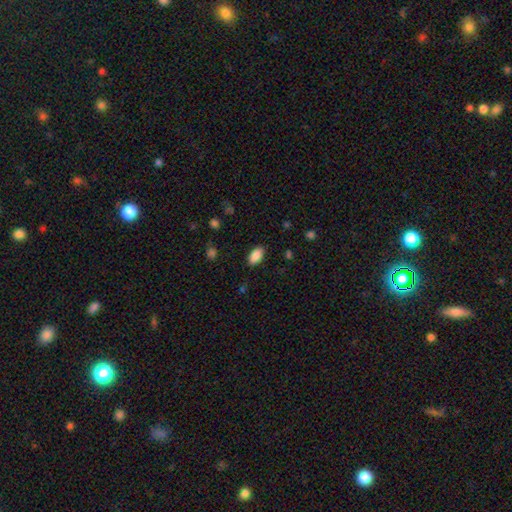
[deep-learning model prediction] smooth-or-featured: smooth: 88% | star or artifact: 7% | featured or disk: 4%
  how-rounded: in between: 93% | cigar-shaped: 4% | round: 3%
  merging: none: 87% | minor disturbance: 10% | major disturbance: 3% | merger: 1%